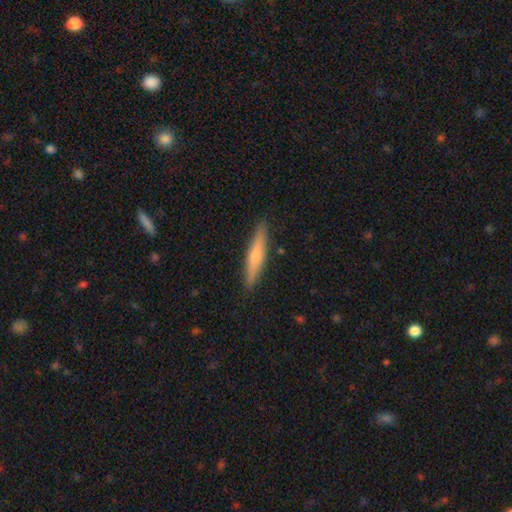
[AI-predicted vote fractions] Q: Smooth or featured?
A: smooth (59%); runner-up: featured or disk (35%)
Q: How rounded?
A: cigar-shaped (90%); runner-up: in between (9%)
Q: Merging?
A: none (89%); runner-up: minor disturbance (8%)